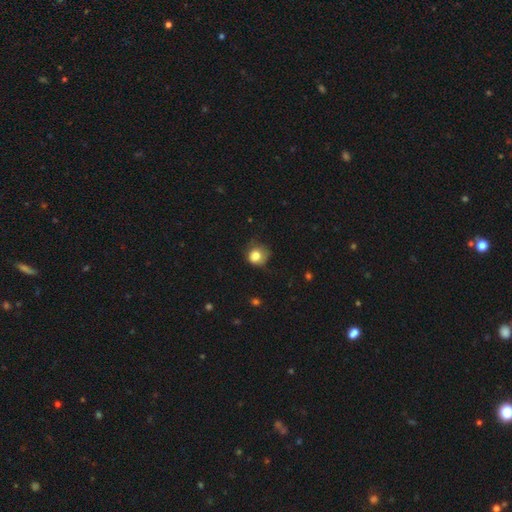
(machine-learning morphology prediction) The model was most divided on "merging": none: 52%, minor disturbance: 33%, major disturbance: 13%, merger: 2%. More confident: smooth or featured — smooth (80%); how rounded — round (79%).